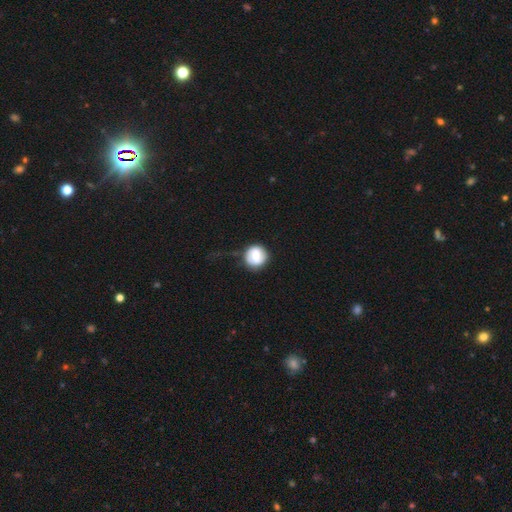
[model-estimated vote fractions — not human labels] Morphology: type=smooth (54%); roundness=round (90%); merging=none (73%).